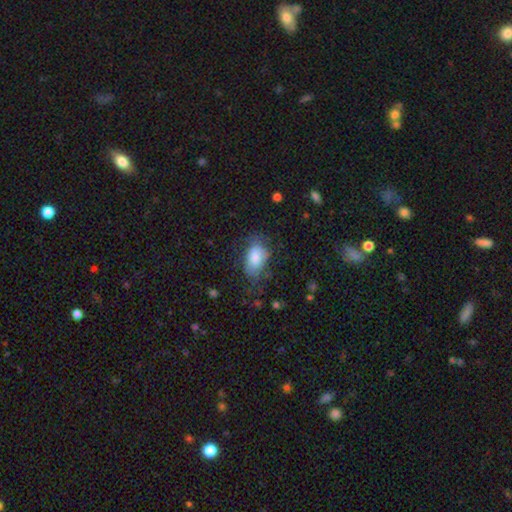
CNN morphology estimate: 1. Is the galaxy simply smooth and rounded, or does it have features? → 80% smooth, 12% featured or disk, 8% star or artifact.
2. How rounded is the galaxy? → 90% in between, 8% round, 2% cigar-shaped.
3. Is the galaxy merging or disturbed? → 59% none, 26% minor disturbance, 13% major disturbance, 2% merger.